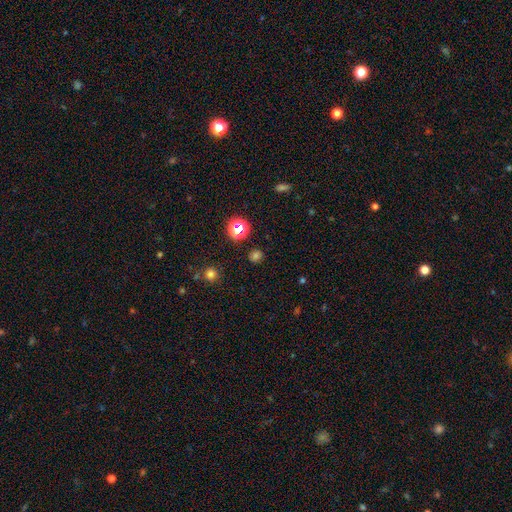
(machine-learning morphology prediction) This is likely a smooth galaxy (66%). How rounded: clearly round (85%). Merging: clearly none (86%).